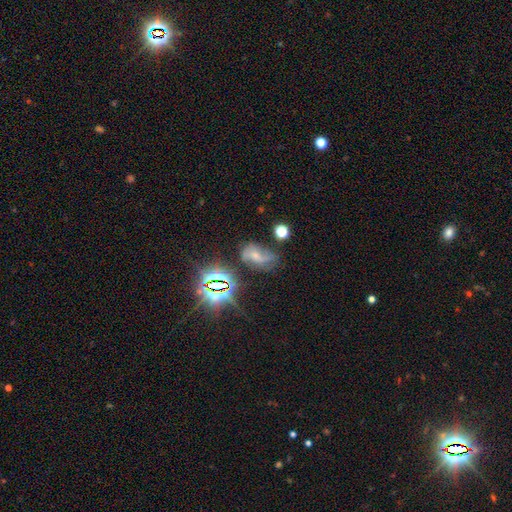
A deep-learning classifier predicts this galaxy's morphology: The model was most divided on "smooth or featured": featured or disk: 43%, smooth: 30%, star or artifact: 26%. Remaining: merging — none (45%).